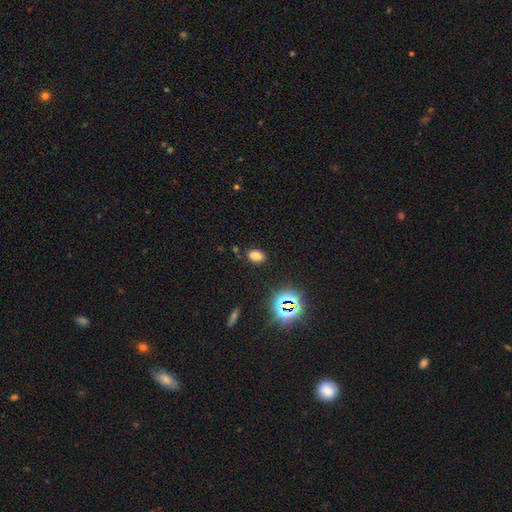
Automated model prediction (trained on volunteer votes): smooth-or-featured: smooth: 74% | star or artifact: 21% | featured or disk: 5%
  how-rounded: in between: 84% | round: 14% | cigar-shaped: 2%
  merging: none: 84% | minor disturbance: 10% | major disturbance: 3% | merger: 2%